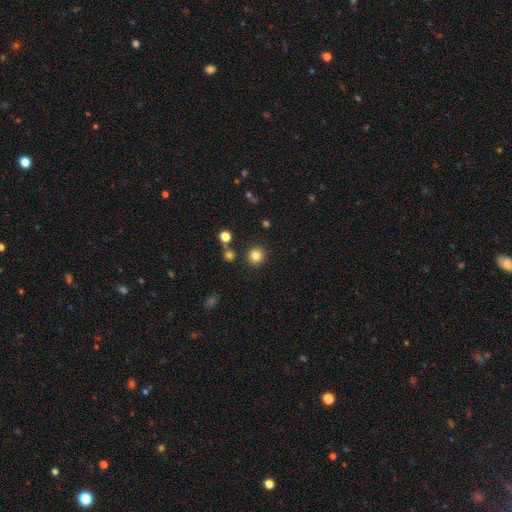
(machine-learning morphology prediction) smooth-or-featured: smooth: 83% | star or artifact: 12% | featured or disk: 5%
  how-rounded: round: 92% | in between: 7% | cigar-shaped: 1%
  merging: none: 87% | minor disturbance: 6% | merger: 4% | major disturbance: 2%